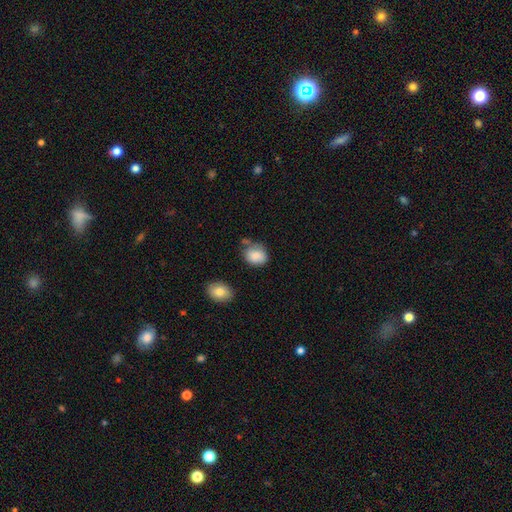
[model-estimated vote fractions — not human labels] Smooth or featured? Predicted: smooth (p=0.84). How rounded? Predicted: in between (p=0.51). Merging? Predicted: none (p=0.53).